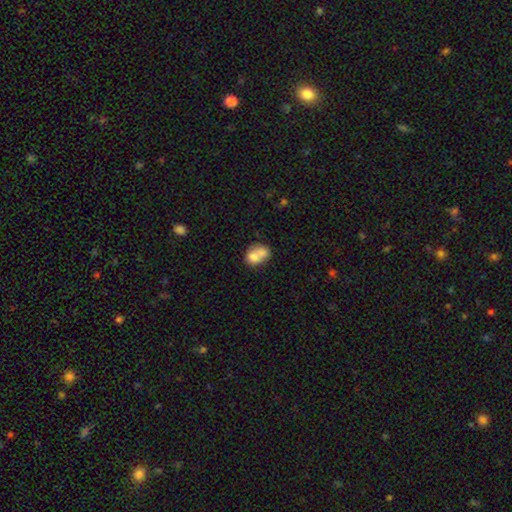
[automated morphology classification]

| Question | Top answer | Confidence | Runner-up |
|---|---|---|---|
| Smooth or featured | smooth | 70% | featured or disk (22%) |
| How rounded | in between | 57% | round (42%) |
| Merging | merger | 59% | none (25%) |